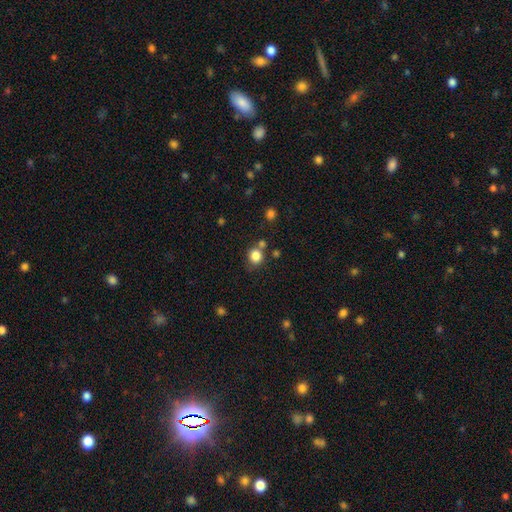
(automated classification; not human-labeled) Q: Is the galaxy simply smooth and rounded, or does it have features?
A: smooth — 84%.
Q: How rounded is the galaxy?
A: round — 82%.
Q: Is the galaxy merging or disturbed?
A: none — 69%.